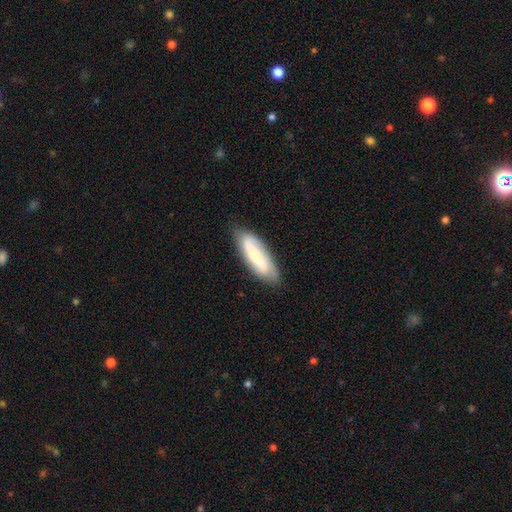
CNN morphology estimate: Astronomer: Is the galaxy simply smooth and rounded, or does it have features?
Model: smooth — 57% (runner-up: featured or disk, 36%).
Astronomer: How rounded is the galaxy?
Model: in between — 54% (runner-up: cigar-shaped, 44%).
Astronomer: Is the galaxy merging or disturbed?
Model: none — 77%.